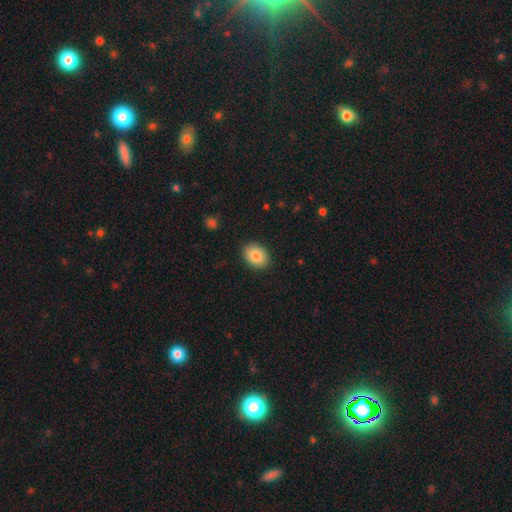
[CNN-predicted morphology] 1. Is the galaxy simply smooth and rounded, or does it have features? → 85% smooth, 7% star or artifact, 7% featured or disk.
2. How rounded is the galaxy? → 71% in between, 28% round, 1% cigar-shaped.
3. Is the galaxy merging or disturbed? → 88% none, 9% minor disturbance, 2% major disturbance, 1% merger.